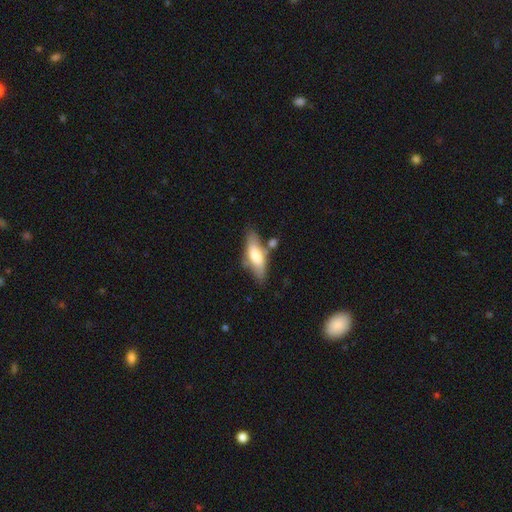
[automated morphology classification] smooth-or-featured: smooth: 63% | featured or disk: 31% | star or artifact: 6%
  how-rounded: in between: 60% | cigar-shaped: 38% | round: 2%
  merging: none: 61% | minor disturbance: 20% | merger: 13% | major disturbance: 6%